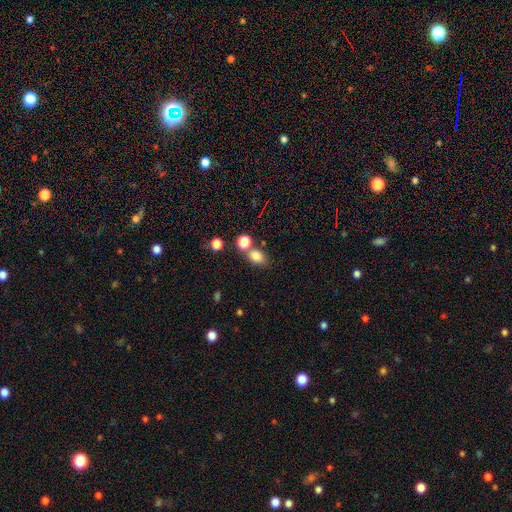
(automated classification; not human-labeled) Q: Smooth or featured?
A: smooth (81%); runner-up: star or artifact (12%)
Q: How rounded?
A: in between (60%); runner-up: round (39%)
Q: Merging?
A: none (60%); runner-up: merger (25%)